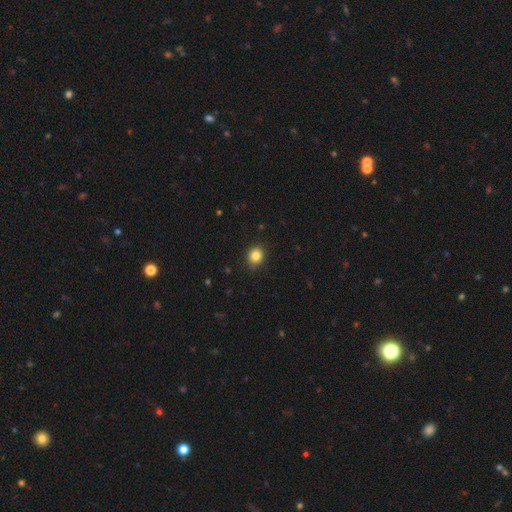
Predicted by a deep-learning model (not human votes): Smooth or featured: smooth — 85% (star or artifact — 11%)
How rounded: round — 75% (in between — 24%)
Merging: none — 85% (minor disturbance — 12%)